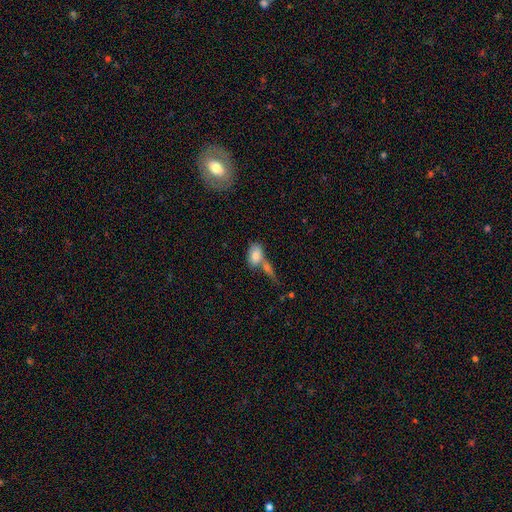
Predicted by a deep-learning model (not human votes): A smooth galaxy with no disk features (80%) that is in between round and cigar-shaped (89%).

Vote fractions:
- Smooth or featured? smooth: 80% / featured or disk: 13% / star or artifact: 7%
- How rounded? in between: 89% / round: 8% / cigar-shaped: 3%
- Merging? merger: 49% / none: 33% / minor disturbance: 12% / major disturbance: 6%